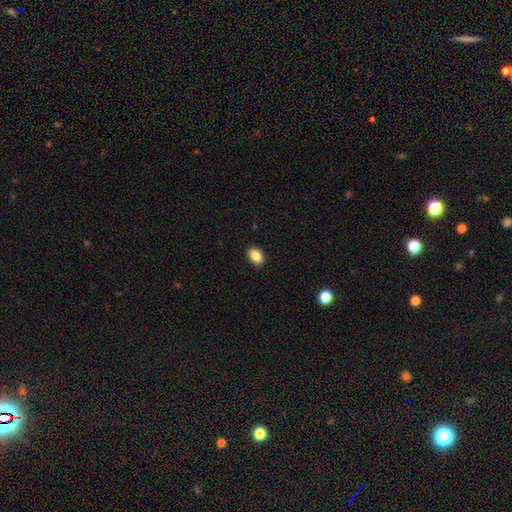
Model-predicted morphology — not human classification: A smooth galaxy with no disk features (87%) that is in between round and cigar-shaped (80%). Merging: none (91%).